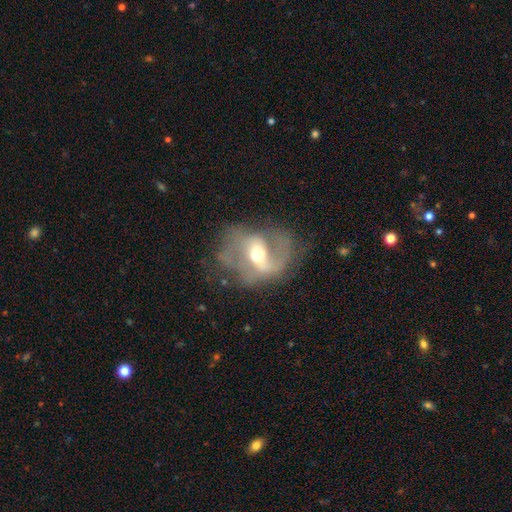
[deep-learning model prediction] Smooth or featured? featured or disk (79%)
Edge-on disk? no (96%)
Bar? weak (45%)
Spiral arms? yes (84%)
Spiral winding? loose (47%)
Spiral arm count? 2 (66%)
Bulge size? moderate (66%)
Merging? none (47%)